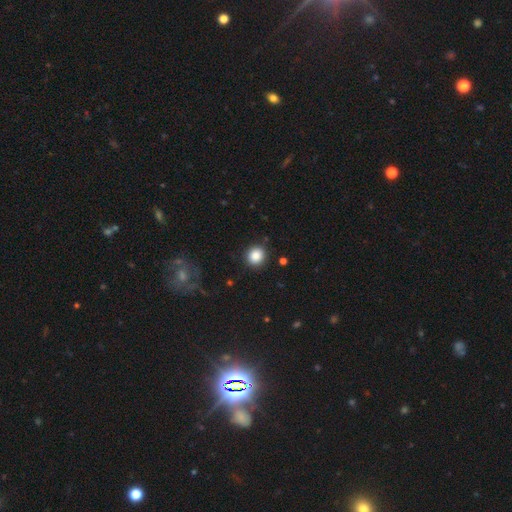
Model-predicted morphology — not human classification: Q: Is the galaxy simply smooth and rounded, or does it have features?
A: smooth — 86%.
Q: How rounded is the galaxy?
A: round — 87%.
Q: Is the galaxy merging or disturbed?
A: none — 90%.